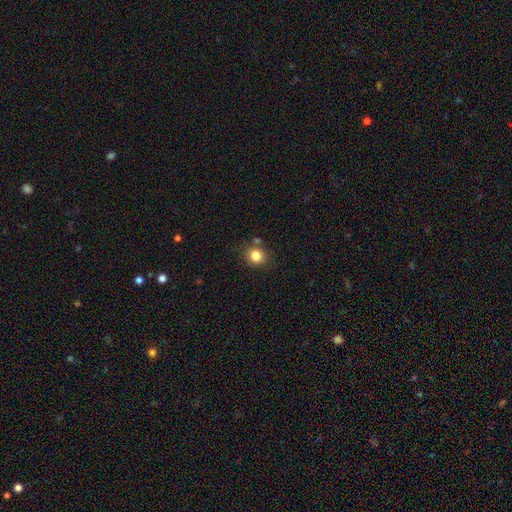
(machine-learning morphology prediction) Smooth or featured? Predicted: smooth (p=0.82). How rounded? Predicted: round (p=0.78). Merging? Predicted: none (p=0.78).